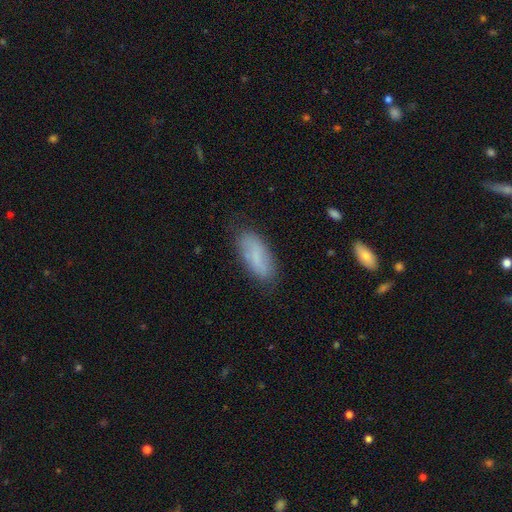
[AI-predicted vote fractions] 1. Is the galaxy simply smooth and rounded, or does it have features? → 70% smooth, 22% featured or disk, 8% star or artifact.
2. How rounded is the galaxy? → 78% in between, 20% cigar-shaped, 2% round.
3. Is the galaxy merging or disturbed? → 78% none, 17% minor disturbance, 4% major disturbance, 2% merger.